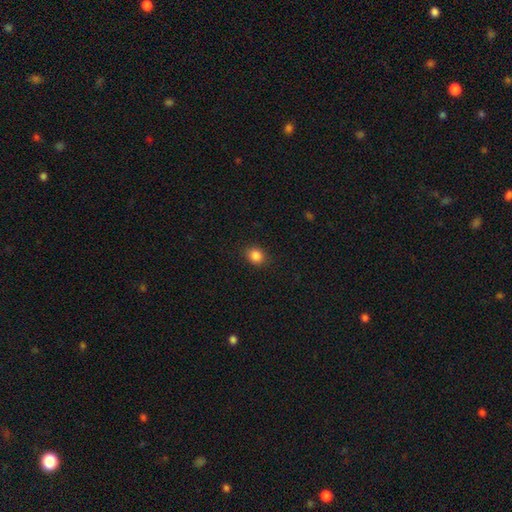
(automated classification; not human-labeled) This appears to be a smooth galaxy with no disk features (86%) that is round (67%). Merging: none (87%).